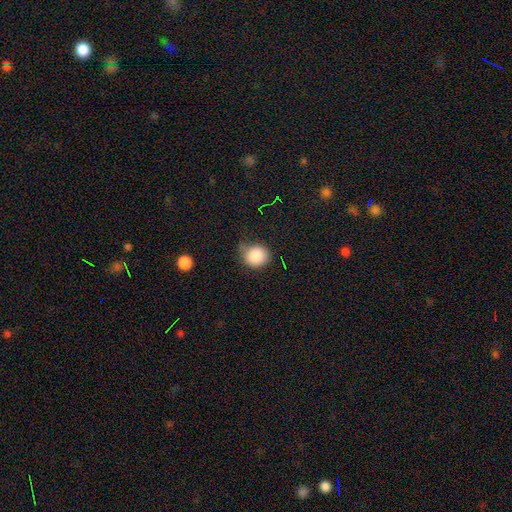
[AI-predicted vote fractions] Smooth or featured? Predicted: smooth (p=0.87). How rounded? Predicted: round (p=0.82). Merging? Predicted: none (p=0.58).